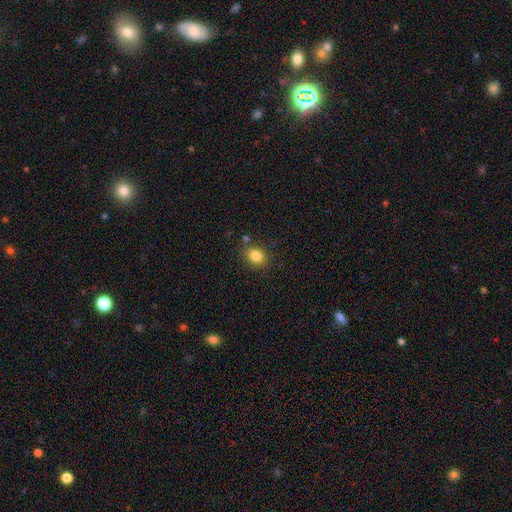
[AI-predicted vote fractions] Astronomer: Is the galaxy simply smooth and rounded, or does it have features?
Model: smooth — 84%.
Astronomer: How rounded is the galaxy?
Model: round — 50% (runner-up: in between, 49%).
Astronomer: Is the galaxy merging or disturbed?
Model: none — 80%.